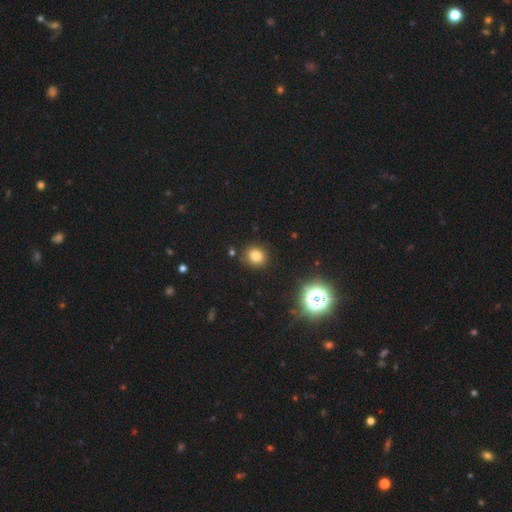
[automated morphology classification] Smooth or featured? smooth (79%)
How rounded? round (76%)
Merging? none (86%)